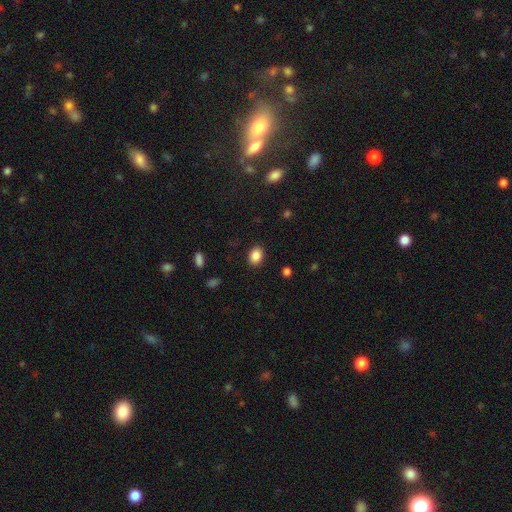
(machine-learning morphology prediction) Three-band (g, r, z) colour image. It shows a smooth galaxy with no disk features (87%) that is in between round and cigar-shaped (65%). Merging: none (88%).